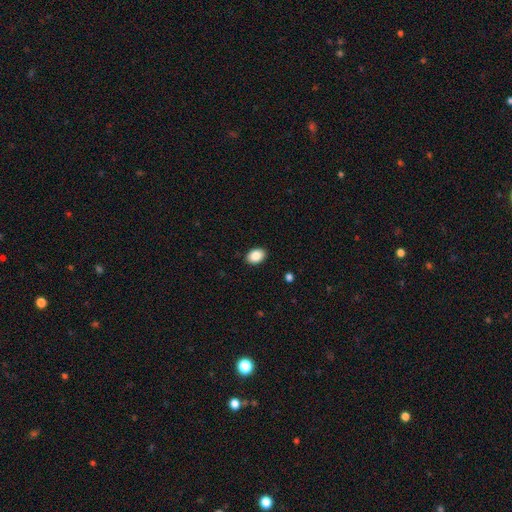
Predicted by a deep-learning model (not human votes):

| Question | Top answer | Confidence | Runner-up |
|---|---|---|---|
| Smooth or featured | smooth | 88% | star or artifact (8%) |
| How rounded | in between | 80% | round (19%) |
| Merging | none | 90% | minor disturbance (7%) |